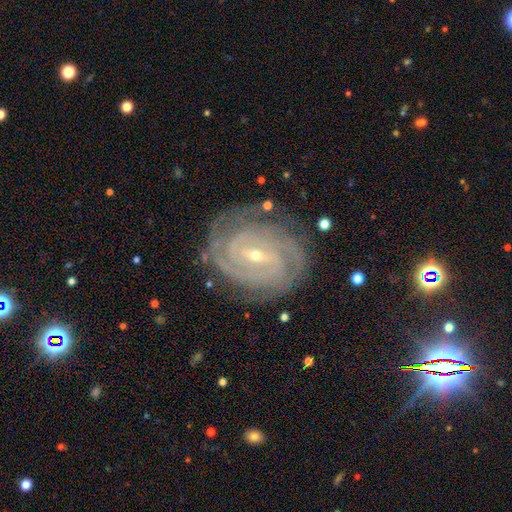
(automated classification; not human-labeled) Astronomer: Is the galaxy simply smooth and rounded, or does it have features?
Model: featured or disk — 91%.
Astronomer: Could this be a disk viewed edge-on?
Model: no — 97%.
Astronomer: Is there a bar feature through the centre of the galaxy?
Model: weak — 48% (runner-up: strong, 31%).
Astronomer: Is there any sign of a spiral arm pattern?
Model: yes — 98%.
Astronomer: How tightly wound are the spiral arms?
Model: tight — 79%.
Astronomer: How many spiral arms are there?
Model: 3 — 23%, tied with 2 at 23%.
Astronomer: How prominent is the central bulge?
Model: small — 72%.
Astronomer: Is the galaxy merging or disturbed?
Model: none — 75%.